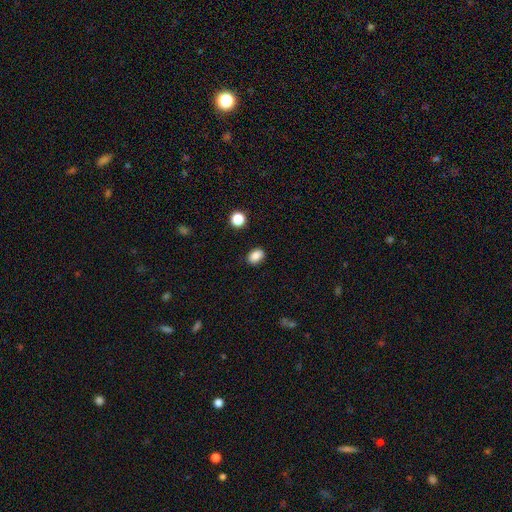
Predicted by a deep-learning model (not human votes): Smooth or featured?
  - smooth: 86% *
  - star or artifact: 10%
  - featured or disk: 5%
How rounded?
  - in between: 72% *
  - round: 27%
  - cigar-shaped: 1%
Merging?
  - none: 86% *
  - minor disturbance: 10%
  - major disturbance: 2%
  - merger: 2%